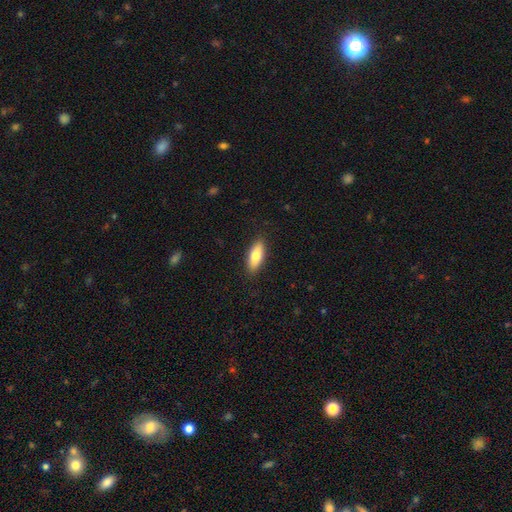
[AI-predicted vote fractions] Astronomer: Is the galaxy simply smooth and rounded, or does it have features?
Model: smooth — 75%.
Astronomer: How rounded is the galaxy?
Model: in between — 70%.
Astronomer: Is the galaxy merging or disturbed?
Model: none — 88%.